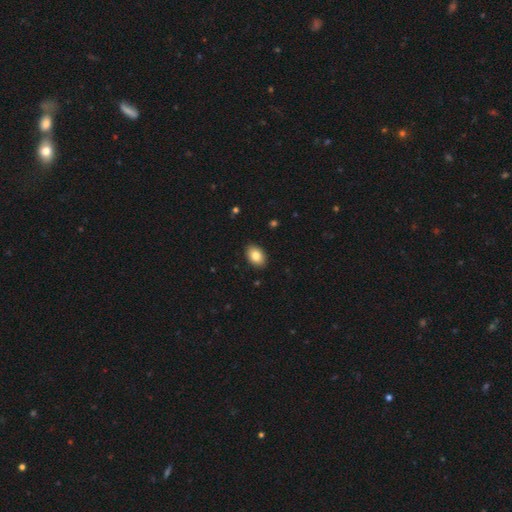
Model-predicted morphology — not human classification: Smooth or featured?
  - smooth: 83% *
  - featured or disk: 9%
  - star or artifact: 8%
How rounded?
  - in between: 86% *
  - round: 13%
  - cigar-shaped: 1%
Merging?
  - none: 90% *
  - minor disturbance: 8%
  - major disturbance: 2%
  - merger: 1%